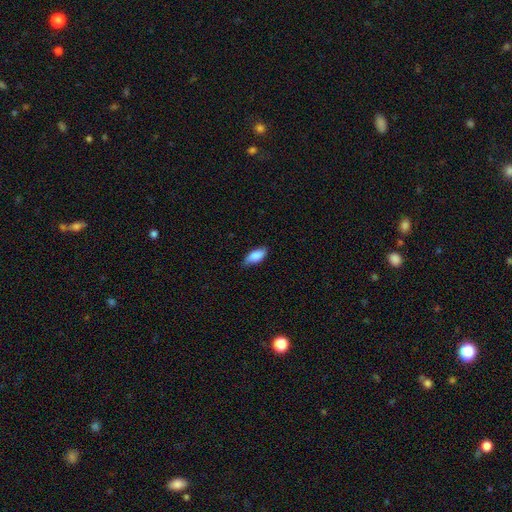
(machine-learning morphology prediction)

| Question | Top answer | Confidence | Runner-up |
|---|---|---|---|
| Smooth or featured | smooth | 85% | featured or disk (9%) |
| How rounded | in between | 88% | cigar-shaped (10%) |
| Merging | none | 66% | minor disturbance (28%) |